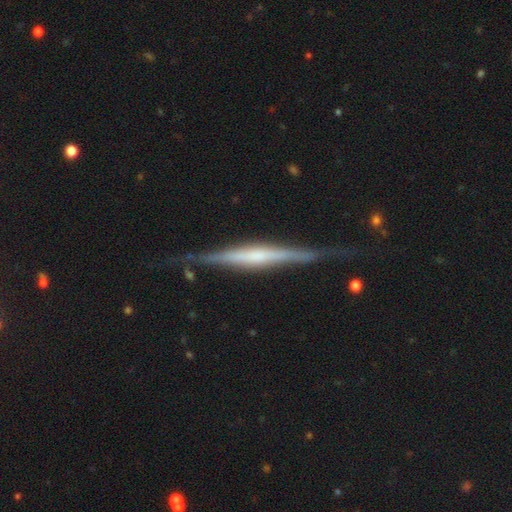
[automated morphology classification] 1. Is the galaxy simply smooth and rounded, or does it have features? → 78% featured or disk, 17% smooth, 5% star or artifact.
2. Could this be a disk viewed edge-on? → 97% yes, 3% no.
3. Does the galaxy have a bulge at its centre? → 42% rounded, 33% none, 25% boxy.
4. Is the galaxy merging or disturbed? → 80% none, 15% minor disturbance, 4% major disturbance, 2% merger.